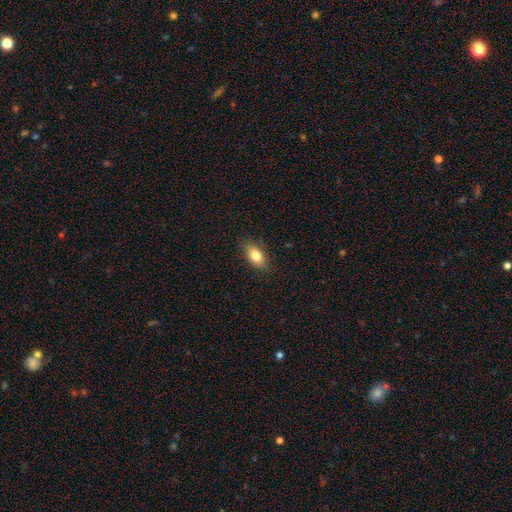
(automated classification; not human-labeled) This is clearly a smooth galaxy (81%). How rounded: clearly in between (88%). Merging: clearly none (84%).